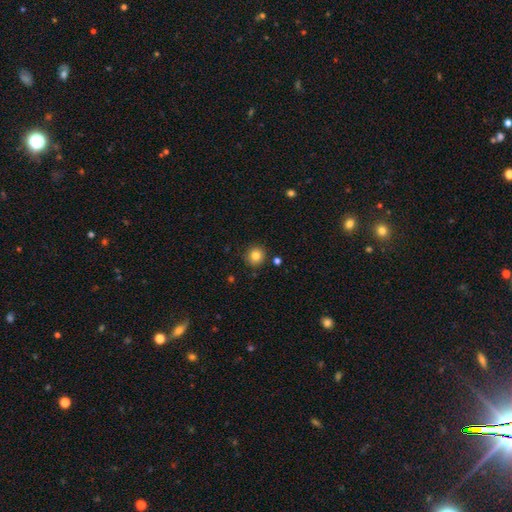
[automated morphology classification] Smooth or featured: smooth — 82% (star or artifact — 11%)
How rounded: round — 93% (in between — 6%)
Merging: none — 89% (minor disturbance — 7%)